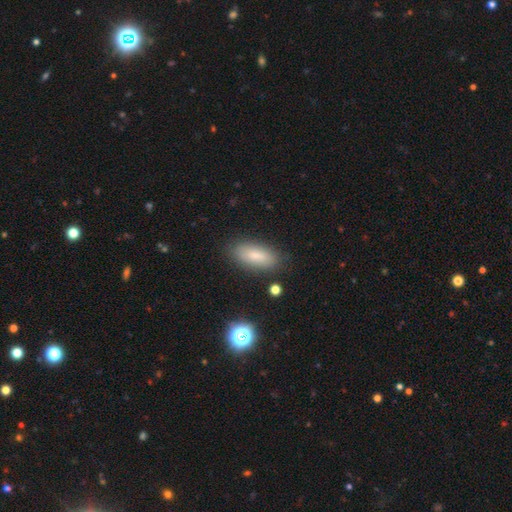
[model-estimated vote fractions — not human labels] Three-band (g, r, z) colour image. It shows a smooth galaxy with no disk features (80%) that is in between round and cigar-shaped (80%). Merging: none (84%).